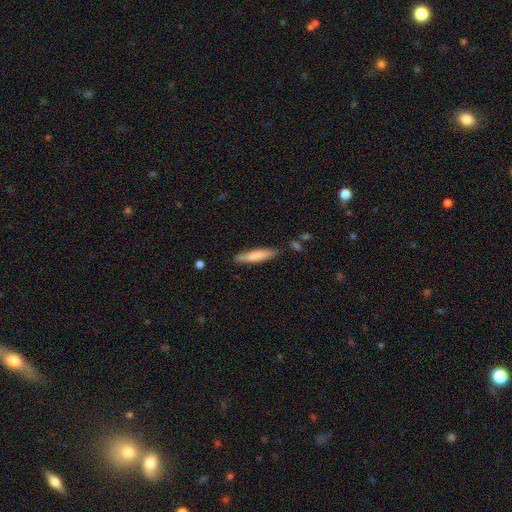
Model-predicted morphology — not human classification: smooth_or_featured: smooth (p=0.76) [alt: featured or disk p=0.18]
how_rounded: cigar-shaped (p=0.86) [alt: in between p=0.13]
merging: none (p=0.82) [alt: minor disturbance p=0.13]